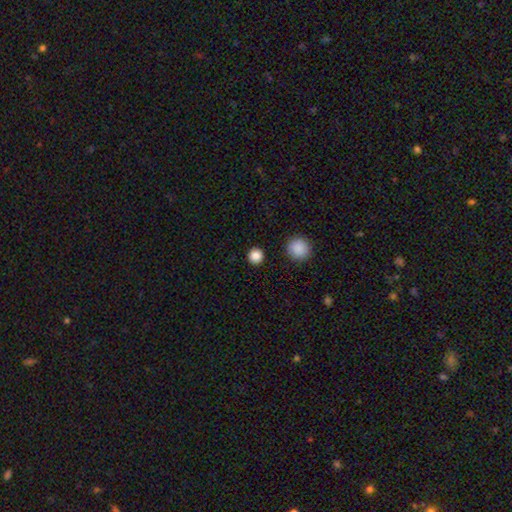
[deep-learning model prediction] smooth 86%, star or artifact 11%, featured or disk 3%. Down the decision tree: how rounded — round (95%); merging — none (92%).